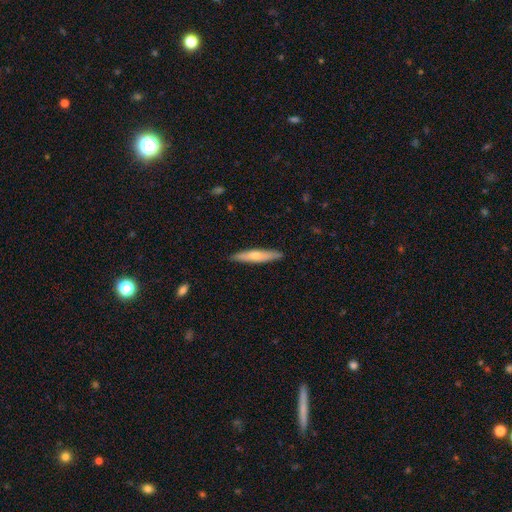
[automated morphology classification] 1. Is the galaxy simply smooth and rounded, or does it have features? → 59% smooth, 36% featured or disk, 5% star or artifact.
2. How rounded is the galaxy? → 88% cigar-shaped, 11% in between, 1% round.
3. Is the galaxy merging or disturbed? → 90% none, 8% minor disturbance, 1% major disturbance, 1% merger.